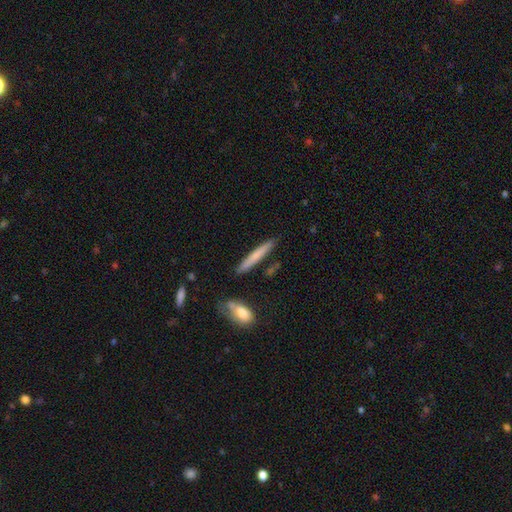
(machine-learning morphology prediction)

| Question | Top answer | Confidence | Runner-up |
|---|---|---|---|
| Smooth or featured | smooth | 65% | featured or disk (29%) |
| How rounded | cigar-shaped | 95% | in between (4%) |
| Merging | none | 85% | minor disturbance (9%) |